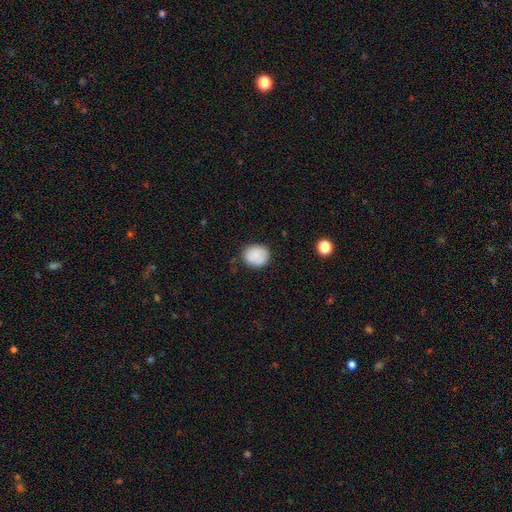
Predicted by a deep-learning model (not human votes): Q: Smooth or featured?
A: smooth (84%); runner-up: star or artifact (8%)
Q: How rounded?
A: round (72%); runner-up: in between (27%)
Q: Merging?
A: none (79%); runner-up: minor disturbance (16%)